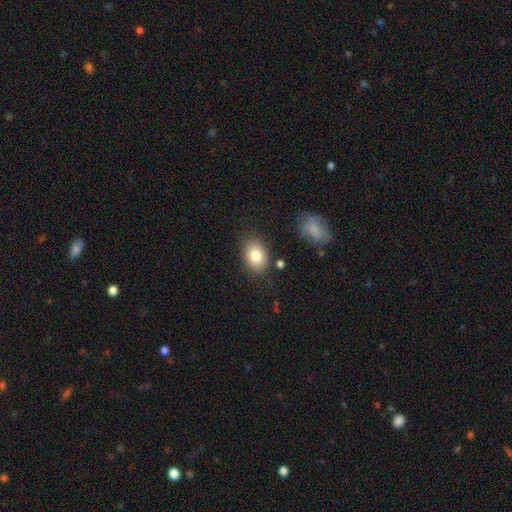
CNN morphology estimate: The model was most divided on "how rounded": in between: 74%, round: 25%, cigar-shaped: 1%. More confident: smooth or featured — smooth (82%); merging — none (81%).